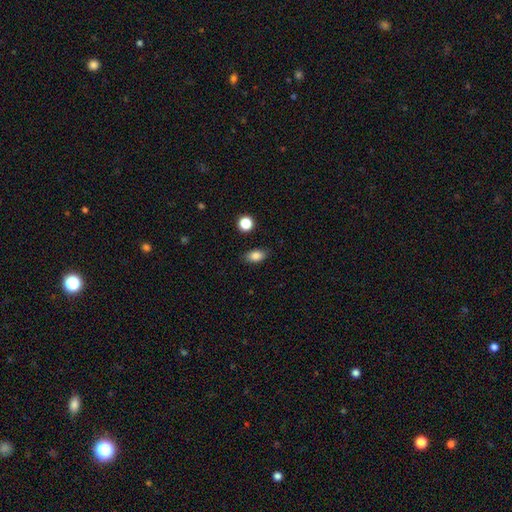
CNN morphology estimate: smooth-or-featured: smooth: 85% | star or artifact: 10% | featured or disk: 6%
  how-rounded: in between: 85% | round: 12% | cigar-shaped: 3%
  merging: none: 85% | minor disturbance: 10% | major disturbance: 3% | merger: 2%